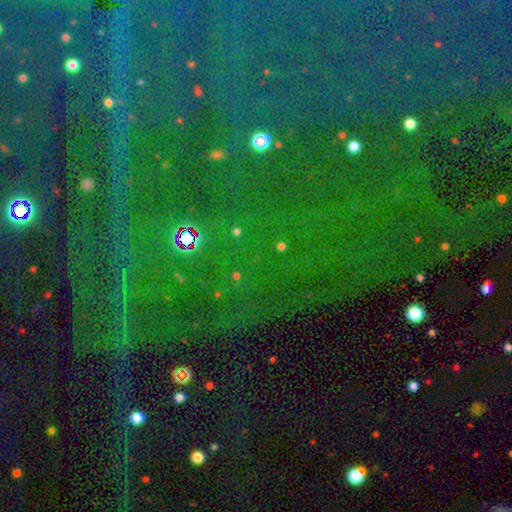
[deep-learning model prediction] Smooth or featured? Predicted: star or artifact (p=0.86).